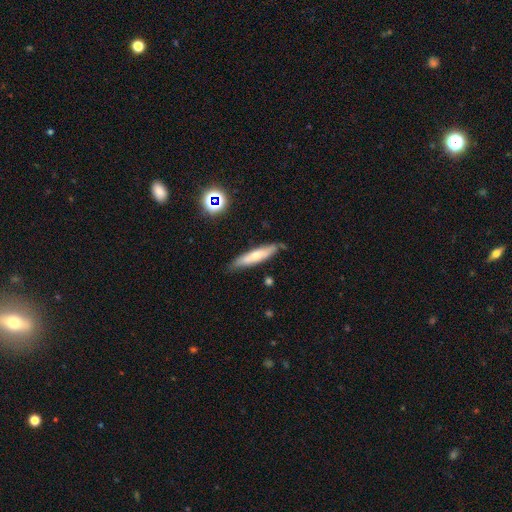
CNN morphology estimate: Smooth or featured? smooth (56%)
How rounded? cigar-shaped (82%)
Merging? none (78%)